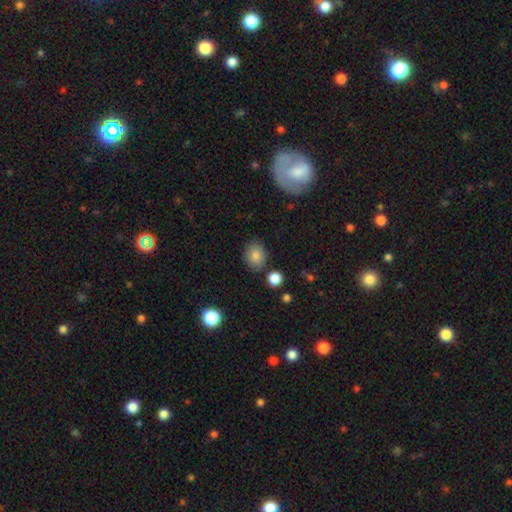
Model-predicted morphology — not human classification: Overall: smooth (84%). How rounded: round (54%; in between 45%). Merging: none (80%).